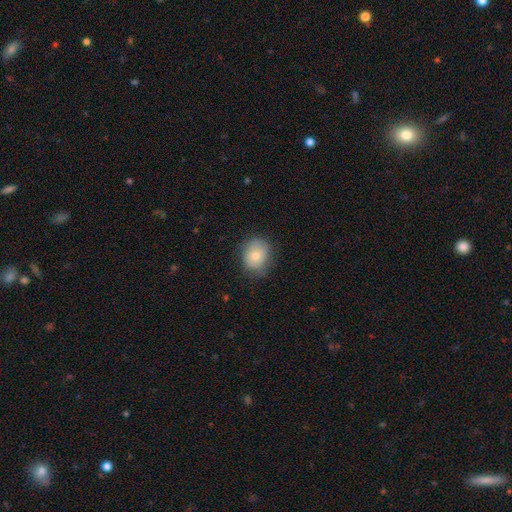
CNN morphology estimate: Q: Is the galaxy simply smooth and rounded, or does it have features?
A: smooth — 79%.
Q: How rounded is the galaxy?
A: round — 62%.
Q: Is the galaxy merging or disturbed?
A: none — 75%.